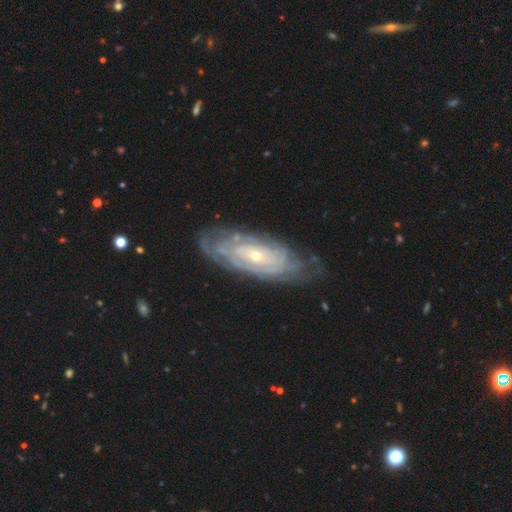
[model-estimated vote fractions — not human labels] Smooth or featured: featured or disk — 84% (smooth — 11%)
Edge-on disk: no — 90% (yes — 10%)
Bar: no — 73% (weak — 20%)
Spiral arms: yes — 90% (no — 10%)
Spiral winding: tight — 82% (medium — 14%)
Spiral arm count: can't tell — 56% (2 — 13%)
Bulge size: small — 75% (moderate — 22%)
Merging: none — 74% (minor disturbance — 18%)